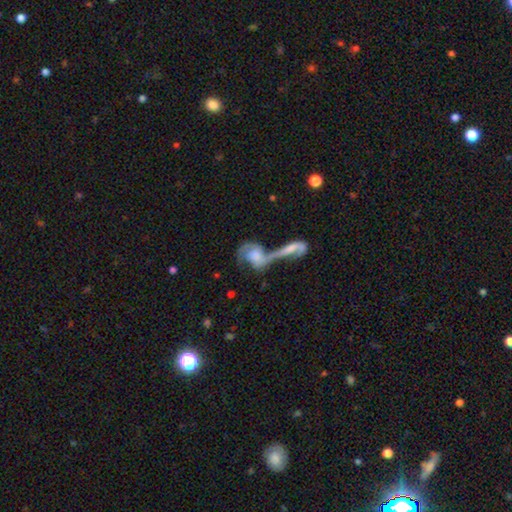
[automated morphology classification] smooth_or_featured: featured or disk (p=0.63) [alt: smooth p=0.30]
disk_edge_on: no (p=0.92) [alt: yes p=0.08]
bar: no (p=0.69) [alt: weak p=0.23]
has_spiral_arms: yes (p=0.79) [alt: no p=0.21]
bulge_size: none (p=0.34) [alt: moderate p=0.24]
merging: merger (p=0.72) [alt: none p=0.12]